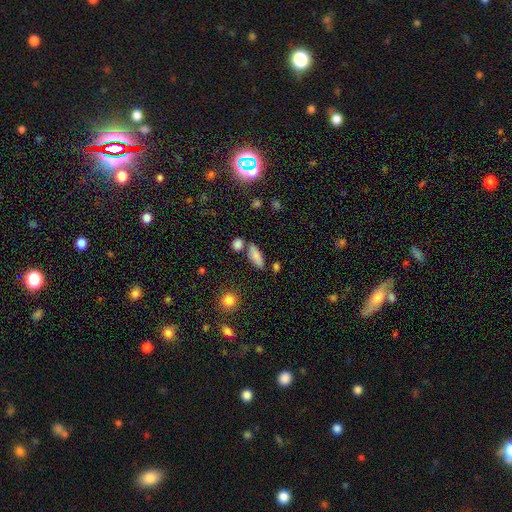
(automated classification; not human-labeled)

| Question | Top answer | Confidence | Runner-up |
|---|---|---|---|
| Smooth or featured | smooth | 82% | featured or disk (10%) |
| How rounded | in between | 70% | cigar-shaped (26%) |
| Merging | none | 74% | minor disturbance (12%) |